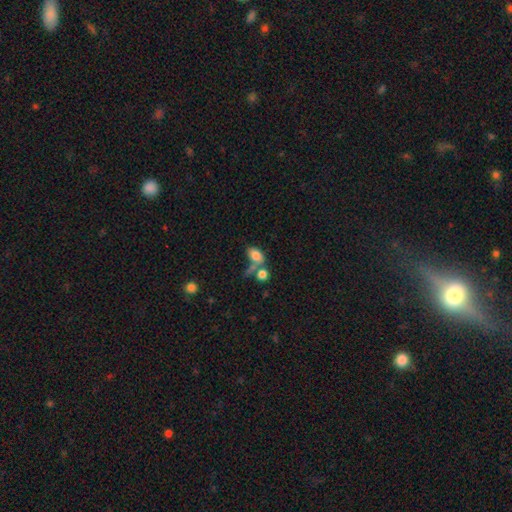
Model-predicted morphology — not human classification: Overall: smooth (77%). How rounded: in between (85%). Merging: merger (45%; none 31%).